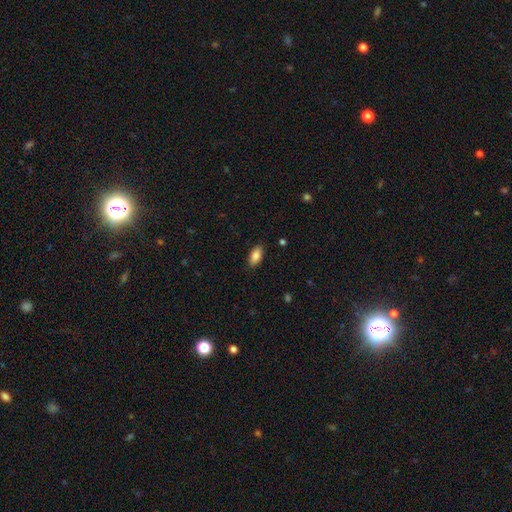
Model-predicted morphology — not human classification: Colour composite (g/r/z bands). It shows a smooth galaxy with no disk features (86%) that is in between round and cigar-shaped (91%). Merging: none (88%).